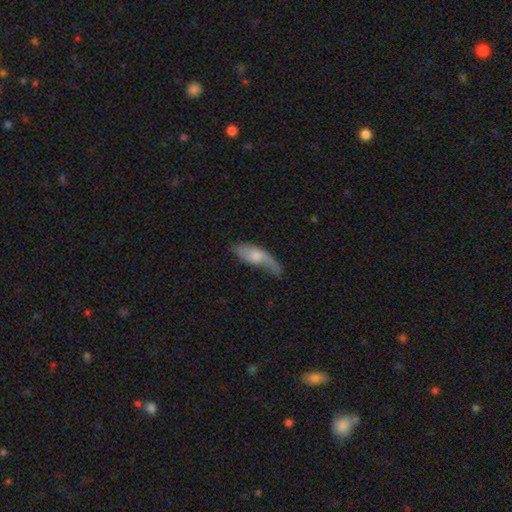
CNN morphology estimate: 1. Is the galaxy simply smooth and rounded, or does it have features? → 49% smooth, 45% featured or disk, 6% star or artifact.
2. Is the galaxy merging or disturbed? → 43% none, 34% minor disturbance, 20% major disturbance, 3% merger.